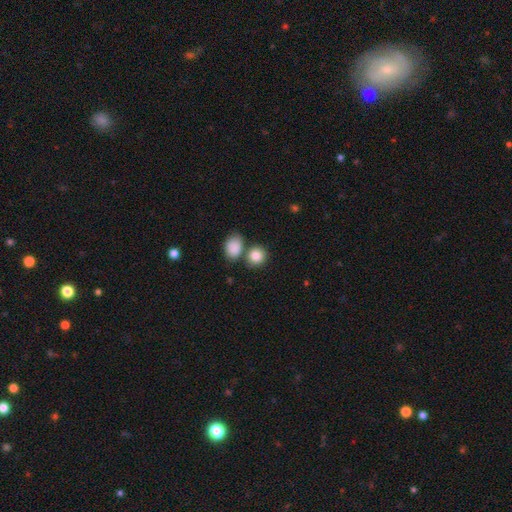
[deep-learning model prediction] smooth 86%, star or artifact 8%, featured or disk 6%. Down the decision tree: how rounded — round (74%); merging — none (61%).